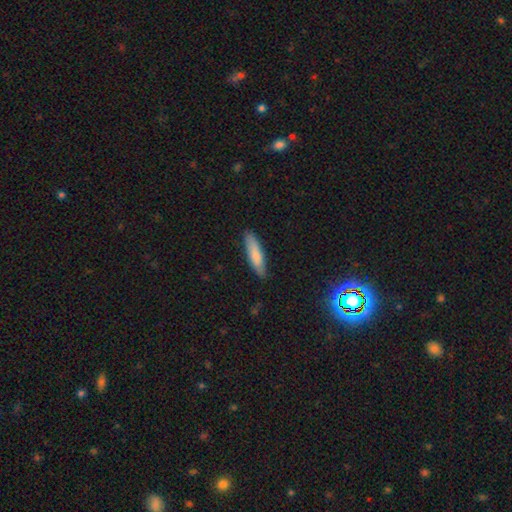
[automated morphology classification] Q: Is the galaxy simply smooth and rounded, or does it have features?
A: smooth — 80%.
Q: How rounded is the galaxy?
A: cigar-shaped — 75%.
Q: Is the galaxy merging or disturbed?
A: none — 86%.